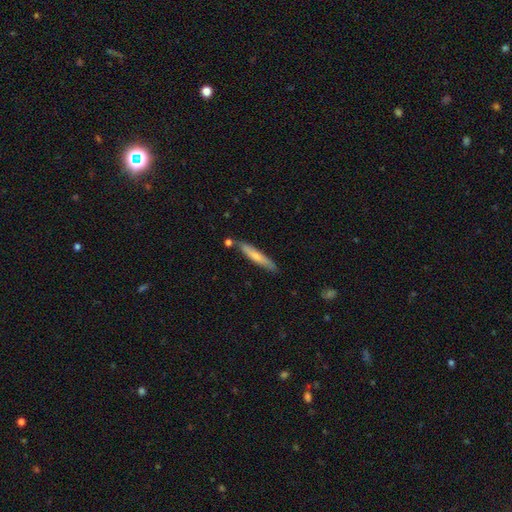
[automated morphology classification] smooth-or-featured: smooth: 64% | featured or disk: 31% | star or artifact: 5%
  how-rounded: cigar-shaped: 92% | in between: 6% | round: 1%
  merging: none: 76% | minor disturbance: 14% | merger: 7% | major disturbance: 3%